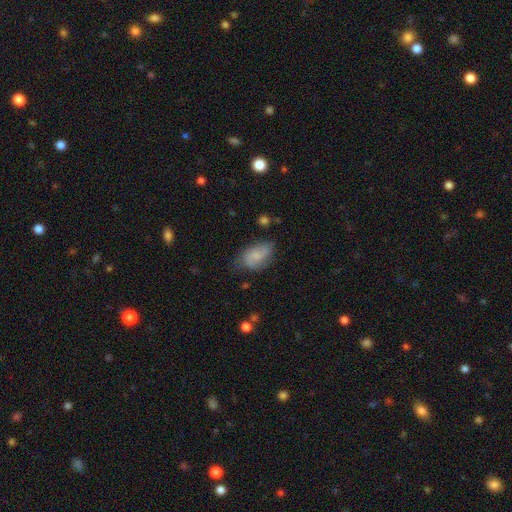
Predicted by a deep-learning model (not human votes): Smooth or featured? smooth (61%)
How rounded? in between (90%)
Merging? none (54%)